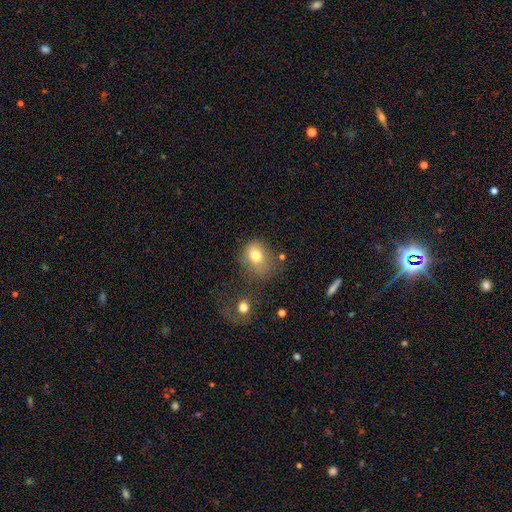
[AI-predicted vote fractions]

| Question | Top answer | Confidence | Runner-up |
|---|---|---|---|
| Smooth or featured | smooth | 77% | featured or disk (12%) |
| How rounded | round | 59% | in between (40%) |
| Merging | none | 51% | minor disturbance (24%) |